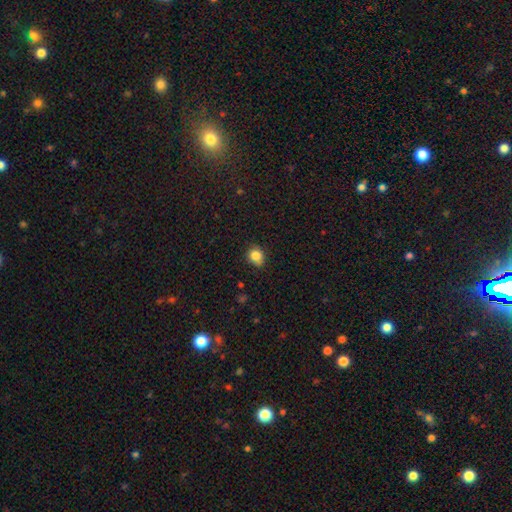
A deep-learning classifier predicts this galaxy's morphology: smooth_or_featured: smooth (p=0.83) [alt: star or artifact p=0.11]
how_rounded: round (p=0.67) [alt: in between p=0.32]
merging: none (p=0.78) [alt: minor disturbance p=0.18]